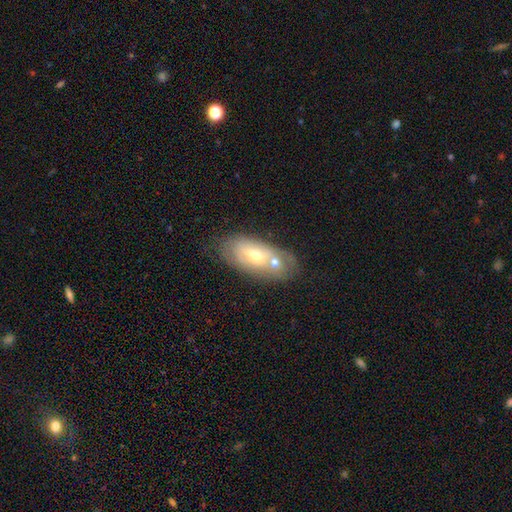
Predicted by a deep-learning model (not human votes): This is possibly a smooth galaxy (48%). Merging: marginally none (43%).